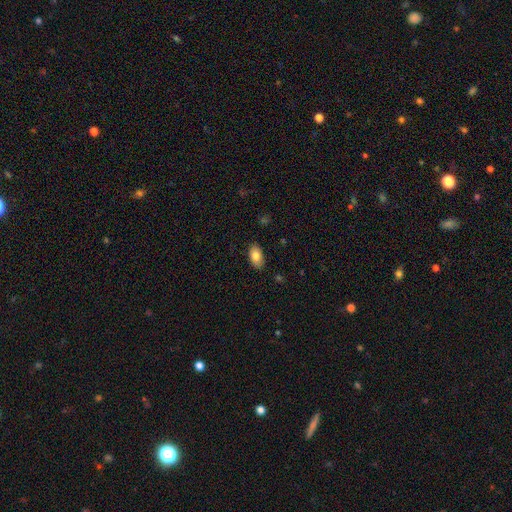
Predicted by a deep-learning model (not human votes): smooth 82%, featured or disk 11%, star or artifact 7%. Down the decision tree: how rounded — in between (94%); merging — none (87%).